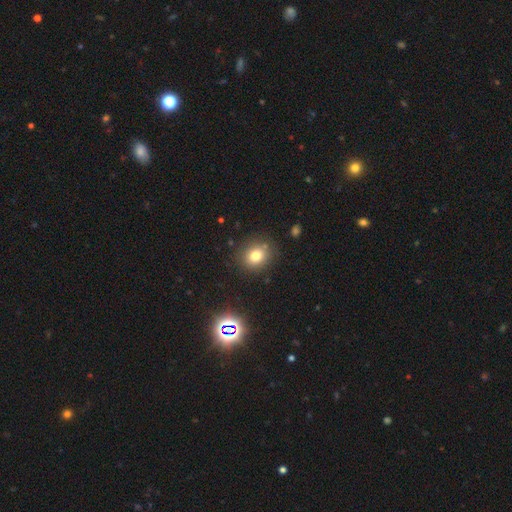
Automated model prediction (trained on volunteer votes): A smooth galaxy with no disk features (77%) that is round (73%). Merging: none (84%).